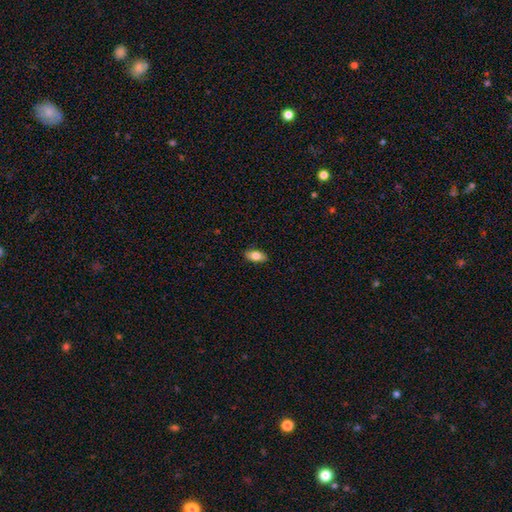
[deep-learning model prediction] Smooth or featured: smooth — 81% (featured or disk — 12%)
How rounded: in between — 90% (cigar-shaped — 6%)
Merging: none — 88% (minor disturbance — 9%)